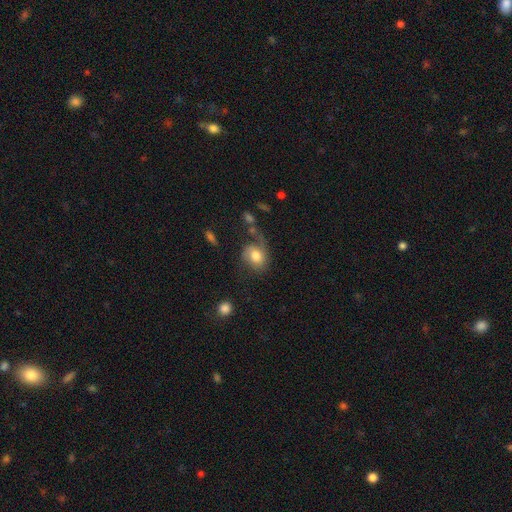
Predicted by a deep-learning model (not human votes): The model was most divided on "how rounded": in between: 52%, round: 47%, cigar-shaped: 1%. Remaining: smooth or featured — smooth (60%); merging — none (41%).